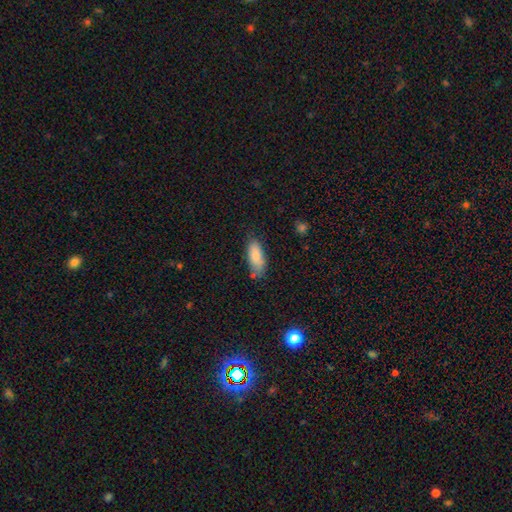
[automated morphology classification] Smooth or featured? Predicted: smooth (p=0.82). How rounded? Predicted: in between (p=0.78). Merging? Predicted: none (p=0.67).